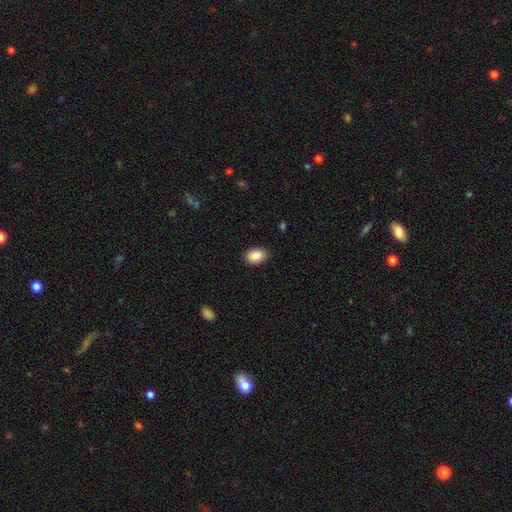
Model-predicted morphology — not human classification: smooth_or_featured: smooth (p=0.88) [alt: star or artifact p=0.07]
how_rounded: in between (p=0.82) [alt: round p=0.17]
merging: none (p=0.89) [alt: minor disturbance p=0.08]